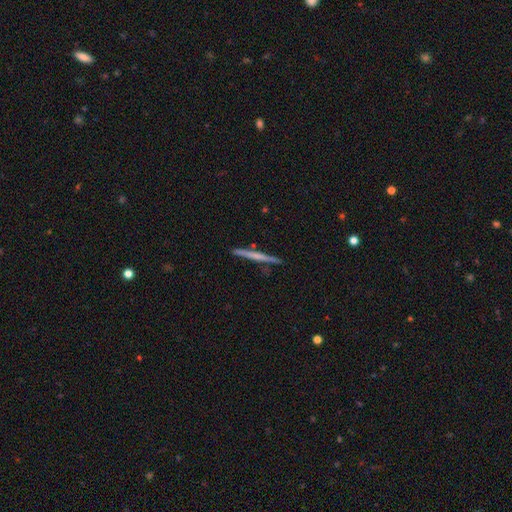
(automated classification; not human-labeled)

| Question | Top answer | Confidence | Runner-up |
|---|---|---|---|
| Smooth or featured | featured or disk | 54% | smooth (40%) |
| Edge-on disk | yes | 98% | no (2%) |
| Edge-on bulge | none | 73% | rounded (20%) |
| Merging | none | 90% | minor disturbance (7%) |